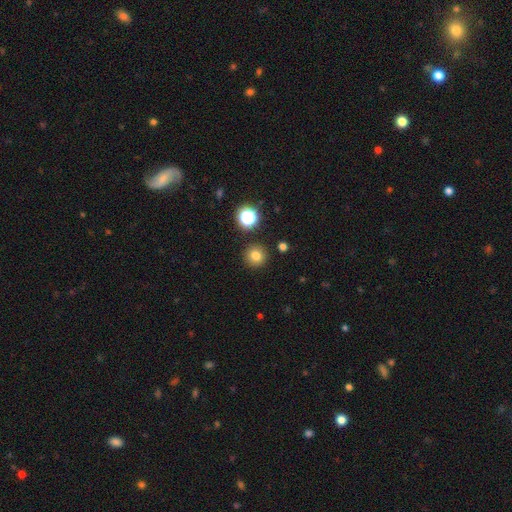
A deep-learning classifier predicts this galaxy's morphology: smooth-or-featured: smooth: 78% | star or artifact: 15% | featured or disk: 7%
  how-rounded: round: 95% | in between: 4% | cigar-shaped: 1%
  merging: none: 90% | minor disturbance: 5% | merger: 2% | major disturbance: 2%